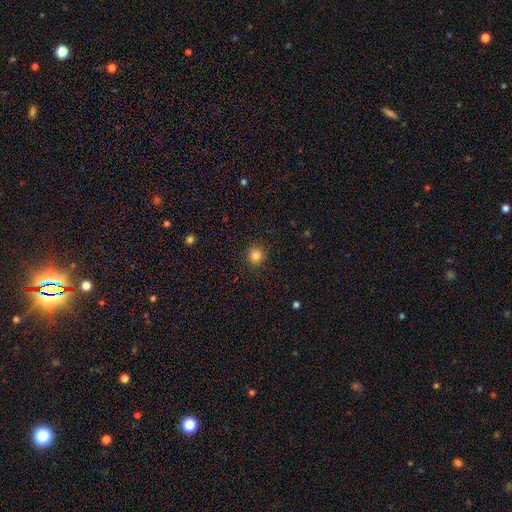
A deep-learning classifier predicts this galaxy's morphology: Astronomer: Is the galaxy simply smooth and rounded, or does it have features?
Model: smooth — 84%.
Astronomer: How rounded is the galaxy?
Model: round — 91%.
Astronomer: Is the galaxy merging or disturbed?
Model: none — 90%.